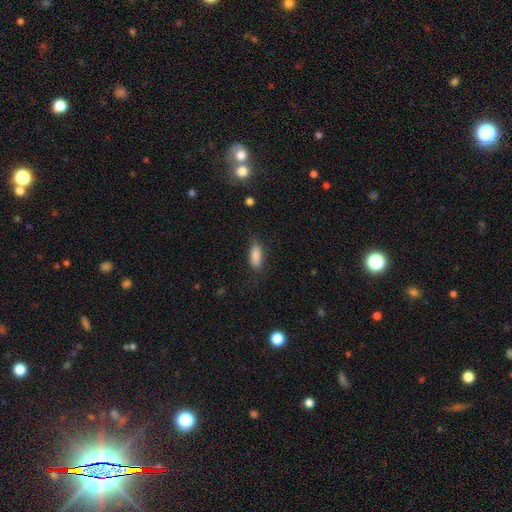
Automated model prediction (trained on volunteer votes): This is clearly a smooth galaxy (86%). How rounded: likely in between (78%). Merging: likely none (72%).